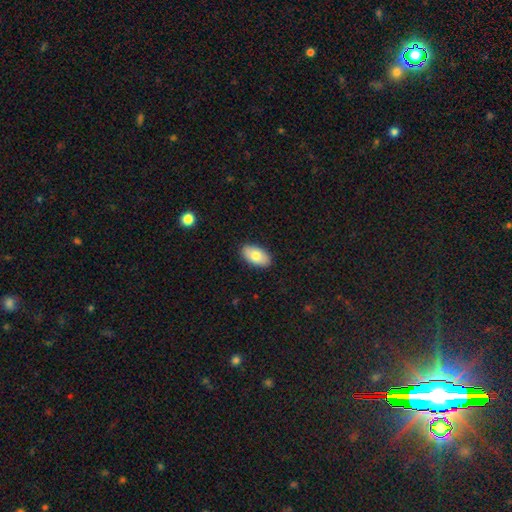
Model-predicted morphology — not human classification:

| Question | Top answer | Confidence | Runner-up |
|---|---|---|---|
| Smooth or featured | smooth | 79% | featured or disk (15%) |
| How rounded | in between | 95% | round (4%) |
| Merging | none | 88% | minor disturbance (9%) |